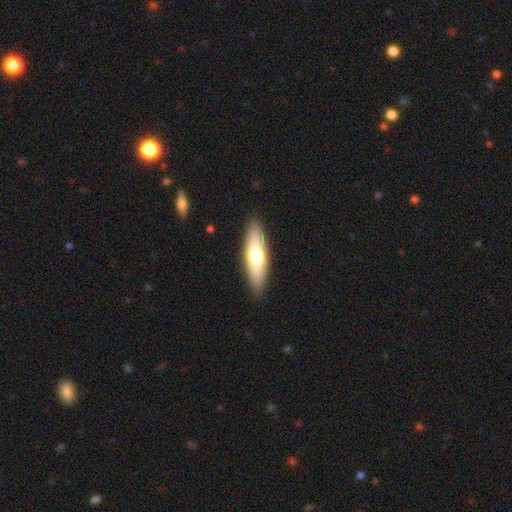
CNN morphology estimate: smooth-or-featured: smooth: 63% | featured or disk: 31% | star or artifact: 5%
  how-rounded: cigar-shaped: 62% | in between: 36% | round: 2%
  merging: none: 89% | minor disturbance: 8% | major disturbance: 2% | merger: 1%